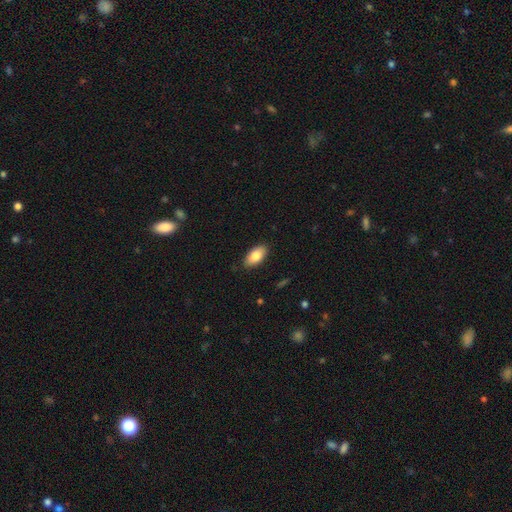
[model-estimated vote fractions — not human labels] This appears to be a smooth galaxy with no disk features (82%) that is in between round and cigar-shaped (93%). Merging: none (86%).